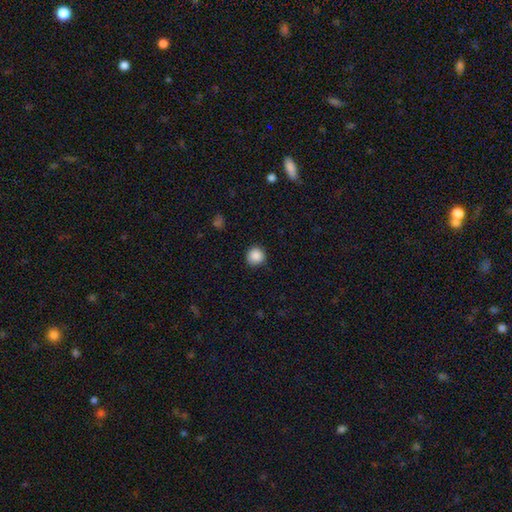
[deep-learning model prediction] Morphology: type=smooth (88%); roundness=round (93%); merging=none (89%).